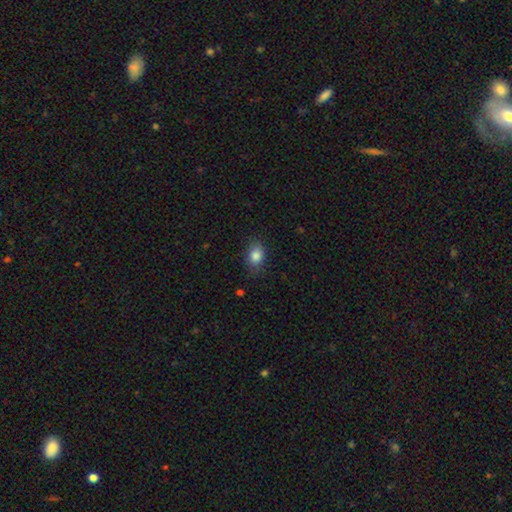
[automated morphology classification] Q: Smooth or featured?
A: smooth (85%); runner-up: star or artifact (9%)
Q: How rounded?
A: in between (70%); runner-up: round (29%)
Q: Merging?
A: none (77%); runner-up: minor disturbance (18%)